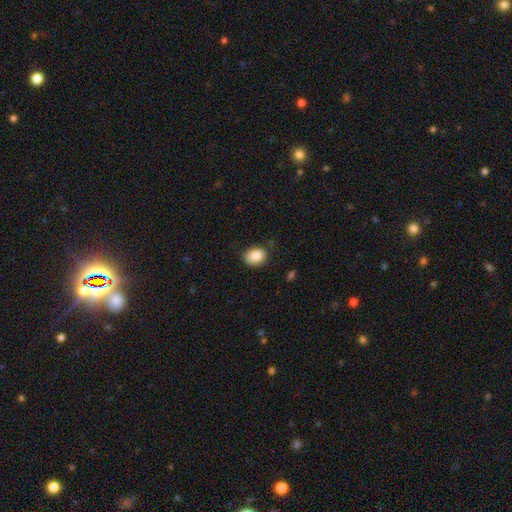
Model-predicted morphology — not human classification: This is clearly a smooth galaxy (86%). How rounded: likely in between (61%). Merging: likely none (79%).